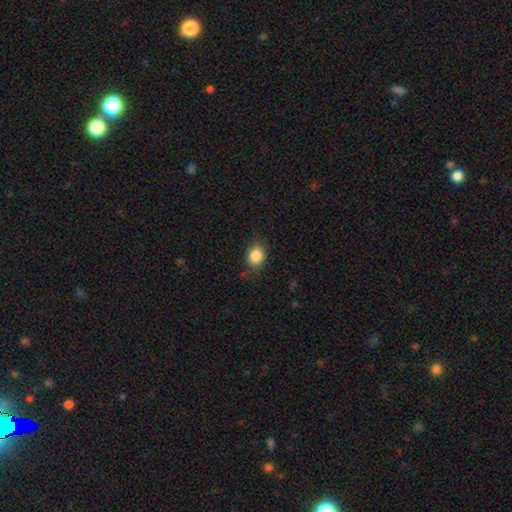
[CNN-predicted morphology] A smooth galaxy with no disk features (87%) that is in between round and cigar-shaped (55%).

Vote fractions:
- Smooth or featured? smooth: 87% / star or artifact: 9% / featured or disk: 5%
- How rounded? in between: 55% / round: 44% / cigar-shaped: 1%
- Merging? none: 80% / minor disturbance: 15% / major disturbance: 4% / merger: 1%